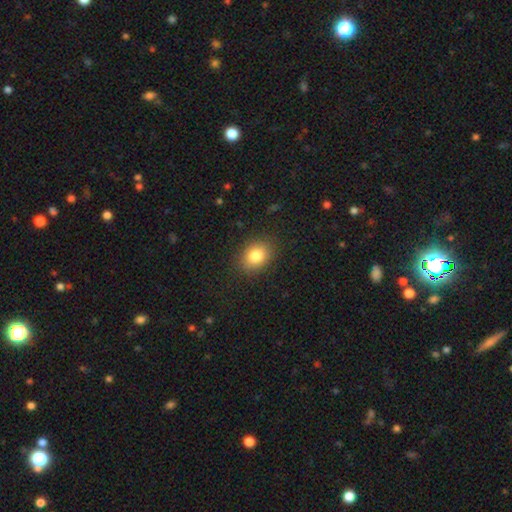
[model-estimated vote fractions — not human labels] The model was most divided on "how rounded": in between: 55%, round: 44%, cigar-shaped: 1%. More confident: merging — none (86%); smooth or featured — smooth (82%).